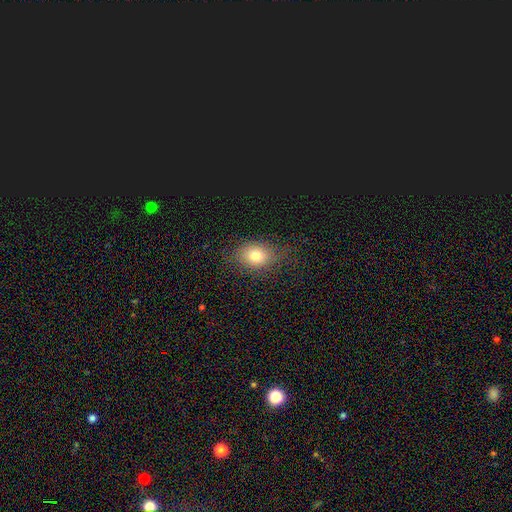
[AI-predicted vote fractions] smooth_or_featured: smooth (p=0.76) [alt: featured or disk p=0.12]
how_rounded: in between (p=0.68) [alt: round p=0.31]
merging: none (p=0.72) [alt: minor disturbance p=0.19]